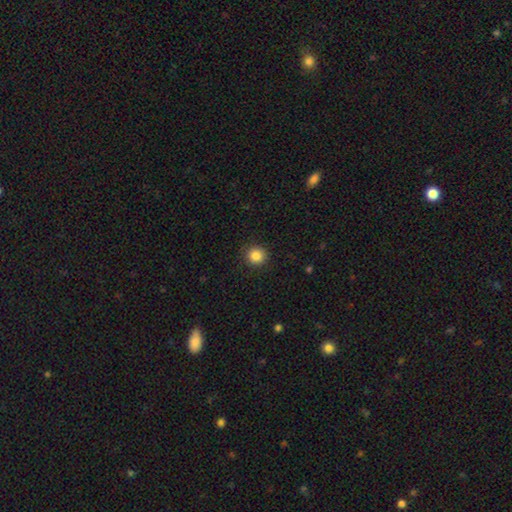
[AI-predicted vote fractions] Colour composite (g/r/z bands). It shows a smooth galaxy with no disk features (85%) that is round (92%). Merging: none (90%).